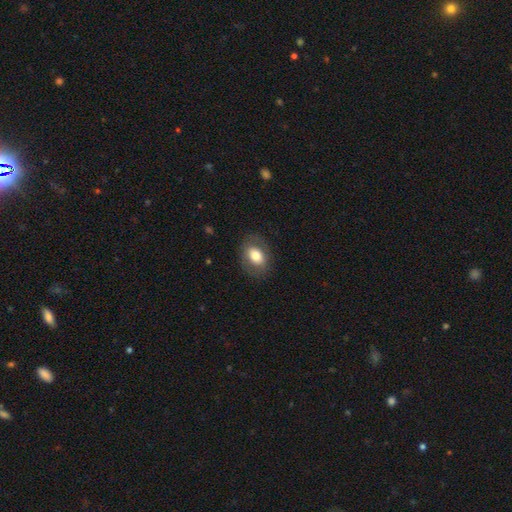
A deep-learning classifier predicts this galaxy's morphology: Smooth or featured: smooth — 72% (featured or disk — 21%)
How rounded: in between — 78% (round — 21%)
Merging: none — 81% (minor disturbance — 12%)